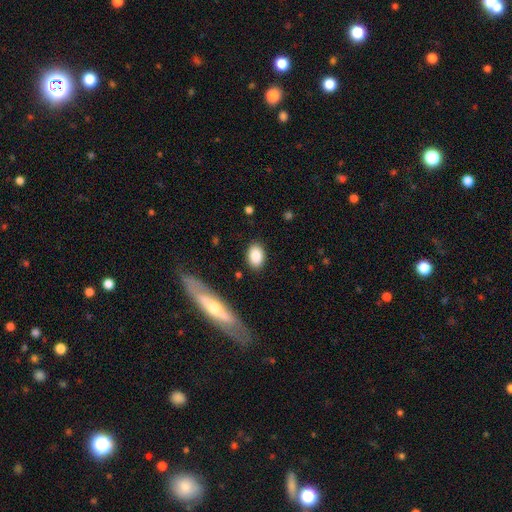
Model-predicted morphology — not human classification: Smooth or featured? Predicted: smooth (p=0.86). How rounded? Predicted: in between (p=0.79). Merging? Predicted: none (p=0.85).